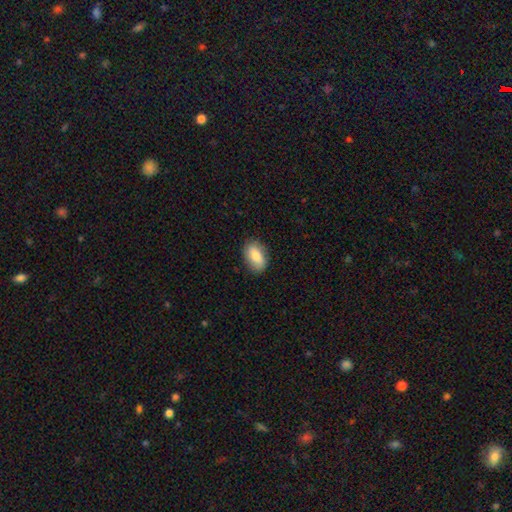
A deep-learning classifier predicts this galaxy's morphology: smooth_or_featured: smooth (p=0.81) [alt: featured or disk p=0.12]
how_rounded: in between (p=0.91) [alt: round p=0.06]
merging: none (p=0.84) [alt: minor disturbance p=0.13]